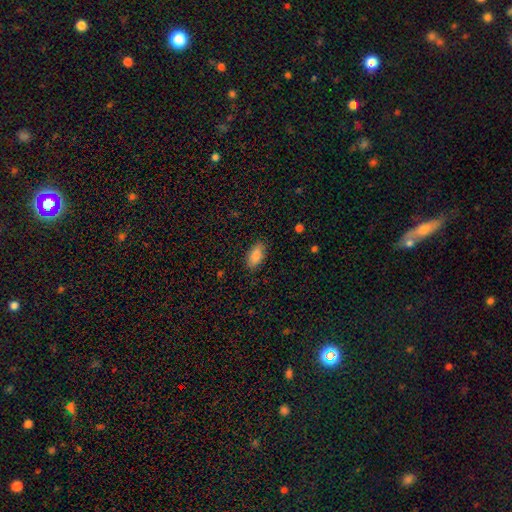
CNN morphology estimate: smooth-or-featured: smooth: 87% | star or artifact: 7% | featured or disk: 6%
  how-rounded: in between: 91% | cigar-shaped: 6% | round: 3%
  merging: none: 85% | minor disturbance: 11% | major disturbance: 3% | merger: 1%